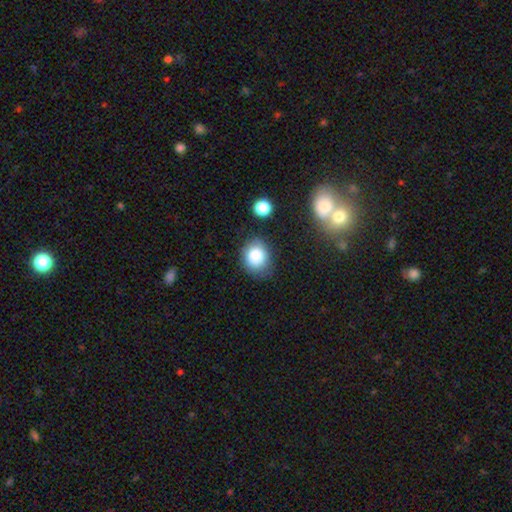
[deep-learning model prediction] smooth 82%, star or artifact 9%, featured or disk 8%. Down the decision tree: how rounded — round (58%); merging — none (72%).